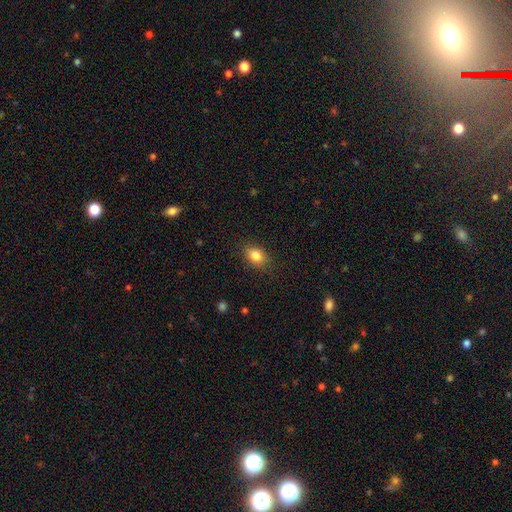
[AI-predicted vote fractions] The model was most divided on "how rounded": in between: 70%, round: 28%, cigar-shaped: 2%. More confident: merging — none (86%); smooth or featured — smooth (84%).